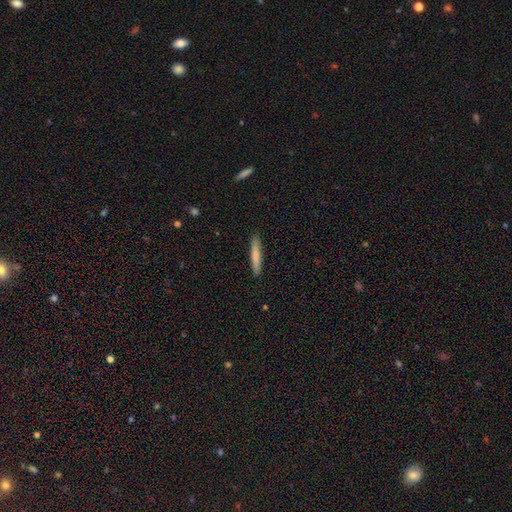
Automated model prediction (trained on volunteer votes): A smooth galaxy with no disk features (75%) that is cigar-shaped (93%). Merging: none (90%).